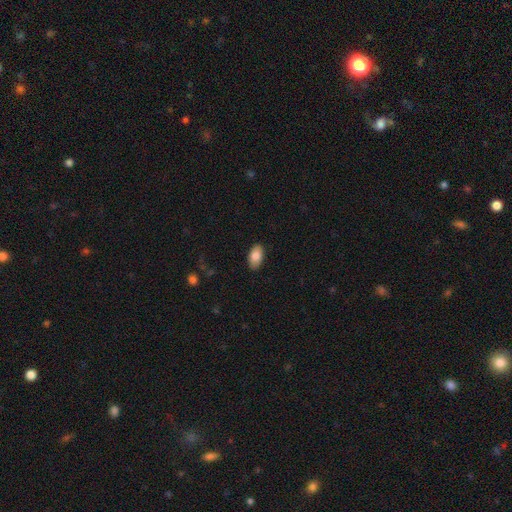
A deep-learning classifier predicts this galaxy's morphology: Smooth or featured?
  - smooth: 84% *
  - featured or disk: 10%
  - star or artifact: 7%
How rounded?
  - in between: 95% *
  - round: 4%
  - cigar-shaped: 2%
Merging?
  - none: 87% *
  - minor disturbance: 10%
  - major disturbance: 2%
  - merger: 1%